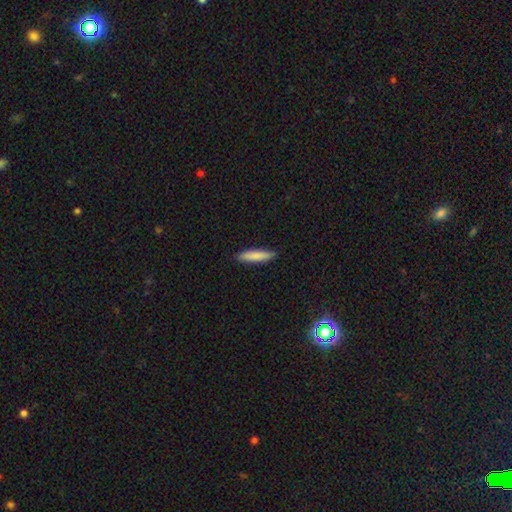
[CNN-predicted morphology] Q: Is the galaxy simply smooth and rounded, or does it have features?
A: smooth — 84%.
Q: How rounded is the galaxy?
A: cigar-shaped — 81%.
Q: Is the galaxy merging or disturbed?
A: none — 88%.